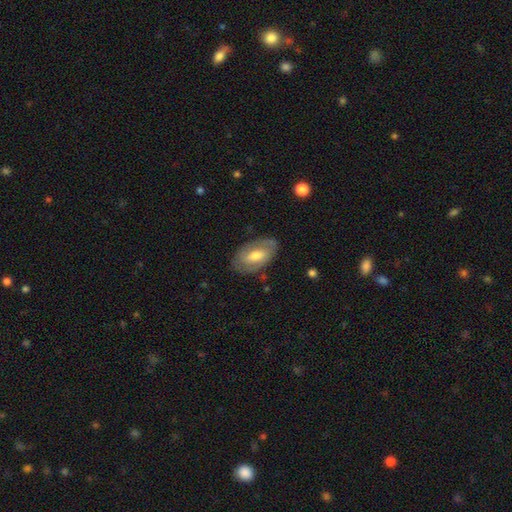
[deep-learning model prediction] smooth_or_featured: featured or disk (p=0.53) [alt: smooth p=0.41]
disk_edge_on: no (p=0.91) [alt: yes p=0.09]
merging: none (p=0.77) [alt: minor disturbance p=0.16]